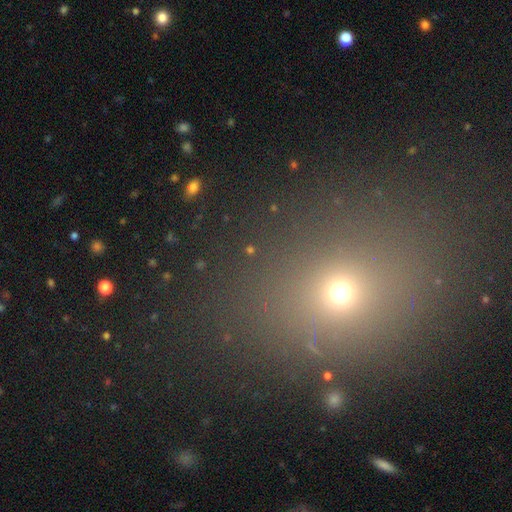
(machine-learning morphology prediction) The model was most divided on "how rounded": round: 54%, in between: 45%, cigar-shaped: 2%. More confident: merging — none (82%); smooth or featured — smooth (57%).